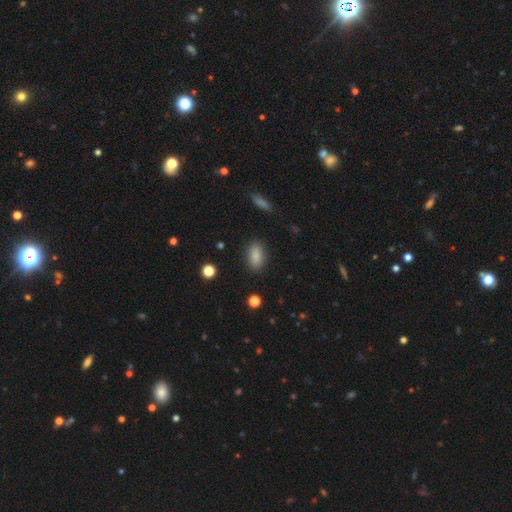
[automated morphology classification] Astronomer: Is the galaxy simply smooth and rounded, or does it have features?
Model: smooth — 86%.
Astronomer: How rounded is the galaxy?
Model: in between — 88%.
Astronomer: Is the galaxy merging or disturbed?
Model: none — 86%.